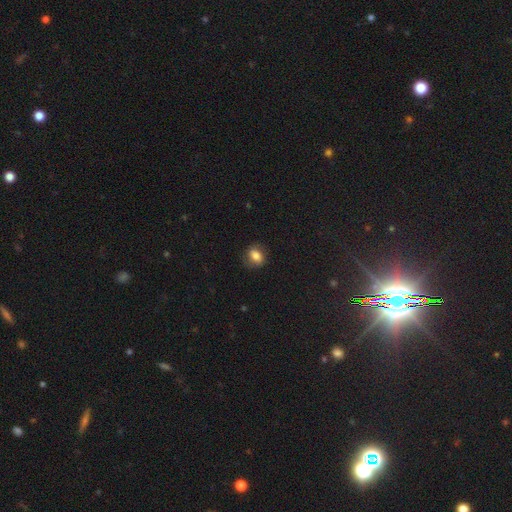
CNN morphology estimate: type=smooth (77%); roundness=in between (65%); merging=none (76%).